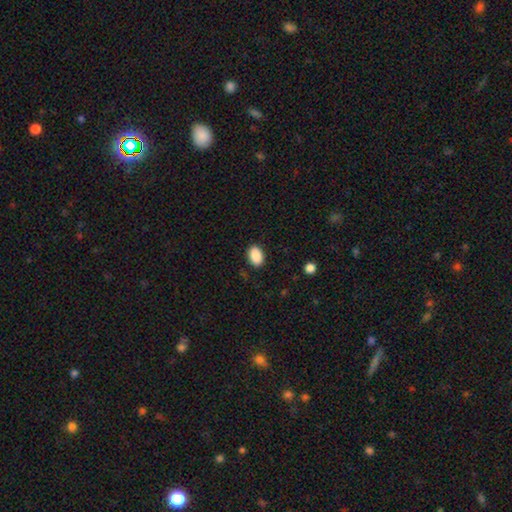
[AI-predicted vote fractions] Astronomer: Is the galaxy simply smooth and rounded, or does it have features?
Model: smooth — 90%.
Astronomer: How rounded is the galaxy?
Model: in between — 88%.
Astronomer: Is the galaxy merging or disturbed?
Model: none — 87%.